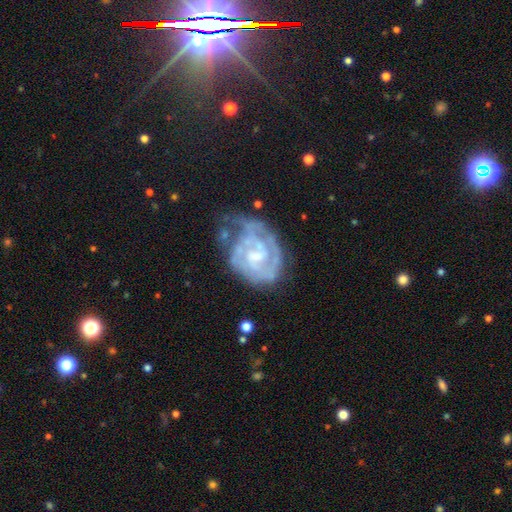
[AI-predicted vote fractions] Smooth or featured: featured or disk — 83% (smooth — 11%)
Edge-on disk: no — 98% (yes — 2%)
Bar: weak — 48% (no — 41%)
Spiral arms: yes — 88% (no — 12%)
Spiral winding: tight — 60% (medium — 32%)
Spiral arm count: 2 — 37% (can't tell — 34%)
Bulge size: small — 46% (moderate — 36%)
Merging: none — 42% (minor disturbance — 29%)